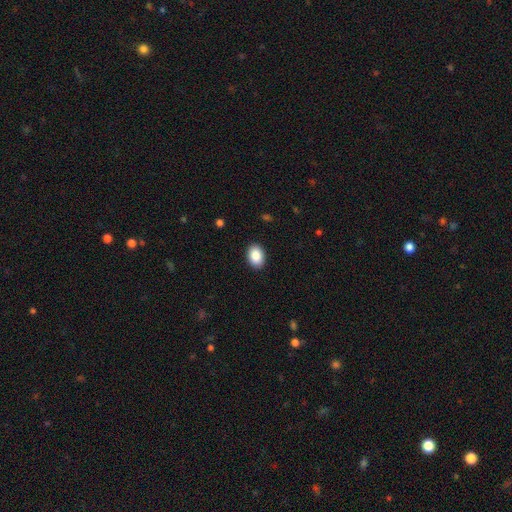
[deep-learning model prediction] Smooth or featured?
  - smooth: 89% *
  - star or artifact: 7%
  - featured or disk: 4%
How rounded?
  - in between: 83% *
  - round: 16%
  - cigar-shaped: 1%
Merging?
  - none: 90% *
  - minor disturbance: 7%
  - major disturbance: 2%
  - merger: 1%